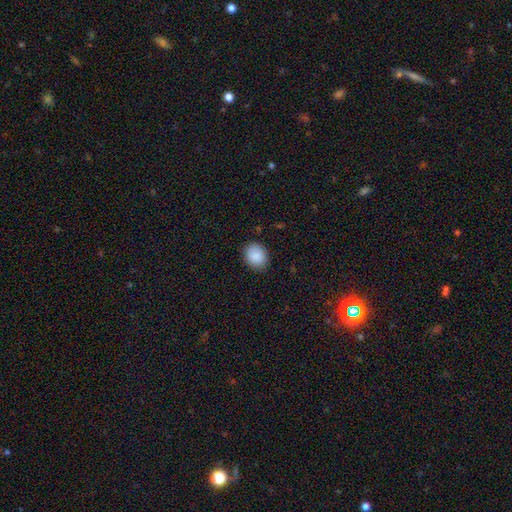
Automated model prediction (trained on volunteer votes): The model was most divided on "how rounded": round: 53%, in between: 46%, cigar-shaped: 1%. More confident: smooth or featured — smooth (89%); merging — none (86%).